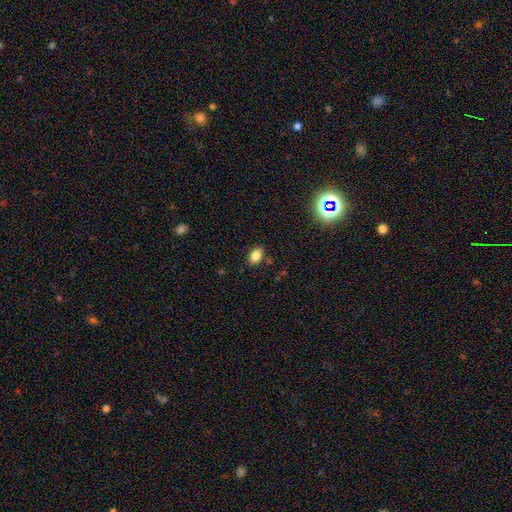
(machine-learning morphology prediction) Q: Smooth or featured?
A: smooth (84%); runner-up: star or artifact (11%)
Q: How rounded?
A: in between (84%); runner-up: round (14%)
Q: Merging?
A: none (86%); runner-up: minor disturbance (10%)